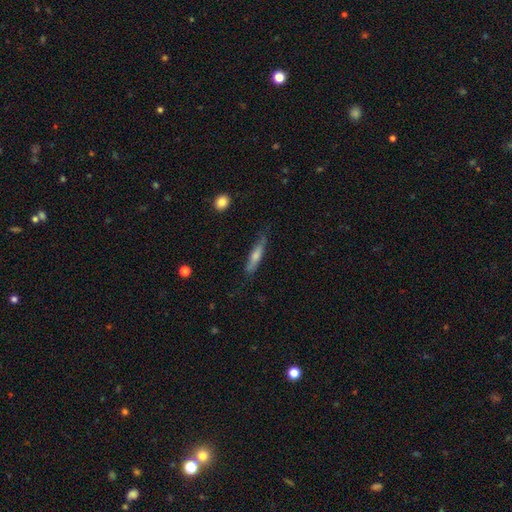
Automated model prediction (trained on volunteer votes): smooth-or-featured: smooth: 59% | featured or disk: 35% | star or artifact: 6%
  how-rounded: cigar-shaped: 85% | in between: 13% | round: 2%
  merging: none: 75% | minor disturbance: 19% | major disturbance: 4% | merger: 2%